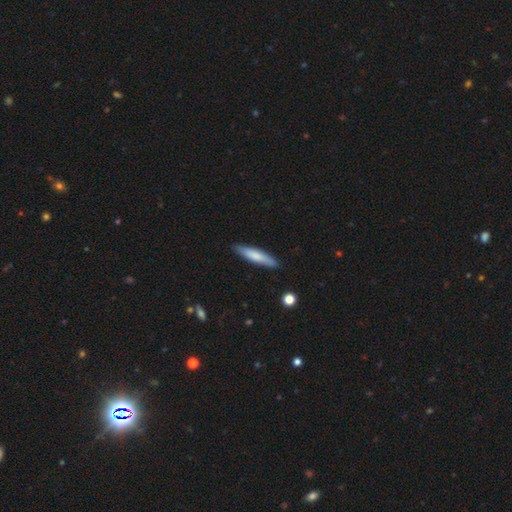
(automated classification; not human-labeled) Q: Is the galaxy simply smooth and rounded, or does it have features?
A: smooth — 72%.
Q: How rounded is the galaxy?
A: cigar-shaped — 85%.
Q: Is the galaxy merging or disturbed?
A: none — 87%.